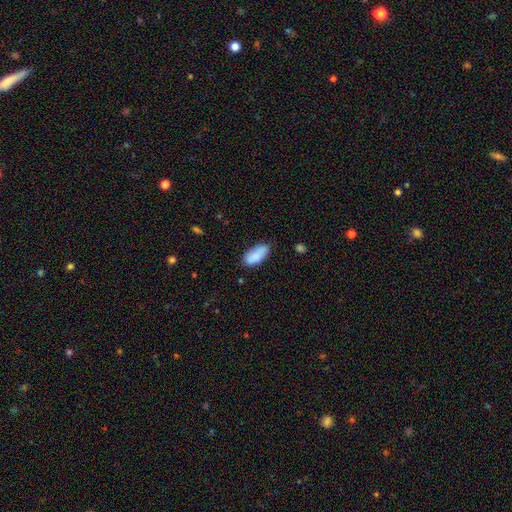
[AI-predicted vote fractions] smooth_or_featured: smooth (p=0.86) [alt: featured or disk p=0.07]
how_rounded: in between (p=0.91) [alt: cigar-shaped p=0.07]
merging: none (p=0.70) [alt: minor disturbance p=0.23]